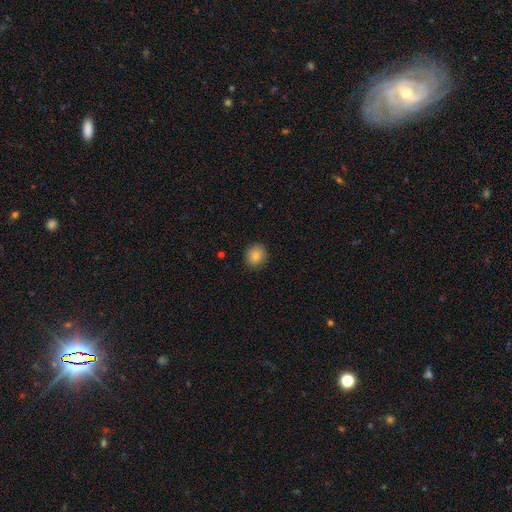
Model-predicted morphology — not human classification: This appears to be a smooth galaxy with no disk features (83%) that is round (86%). Merging: none (90%).